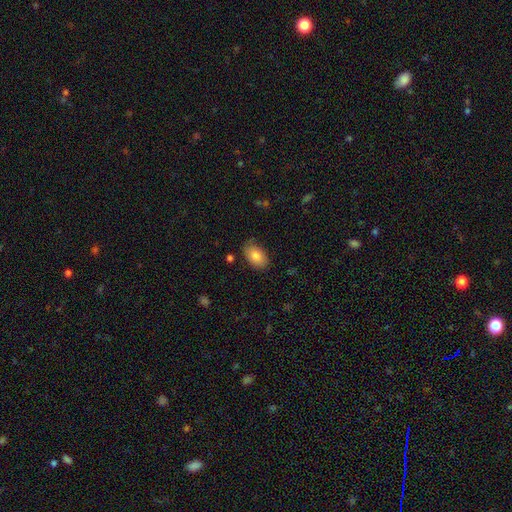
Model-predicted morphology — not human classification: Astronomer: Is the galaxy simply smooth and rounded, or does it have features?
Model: smooth — 81%.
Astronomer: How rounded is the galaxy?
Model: in between — 92%.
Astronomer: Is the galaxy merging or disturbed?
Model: none — 75%.